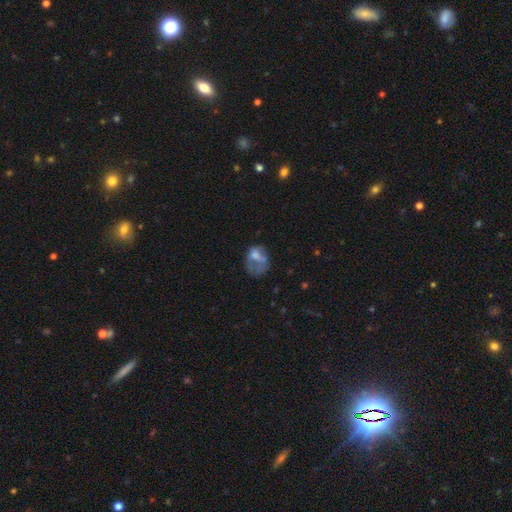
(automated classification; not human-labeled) Morphology: type=smooth (50%); roundness=in between (61%); merging=major disturbance (39%).